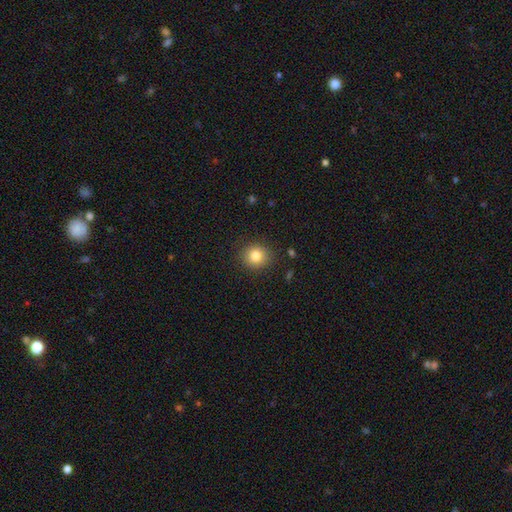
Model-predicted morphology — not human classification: smooth-or-featured: smooth: 83% | star or artifact: 10% | featured or disk: 7%
  how-rounded: round: 83% | in between: 16% | cigar-shaped: 1%
  merging: none: 89% | minor disturbance: 8% | major disturbance: 2% | merger: 1%